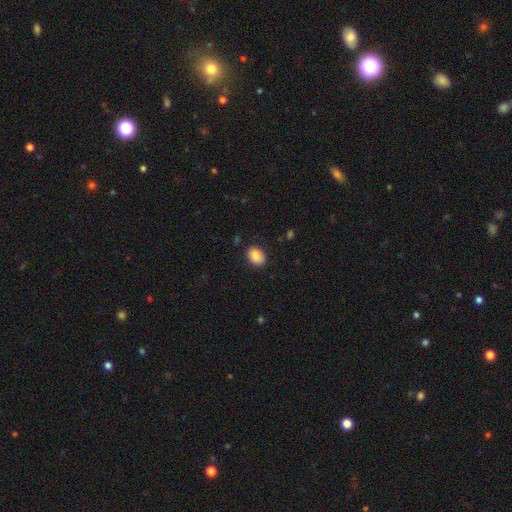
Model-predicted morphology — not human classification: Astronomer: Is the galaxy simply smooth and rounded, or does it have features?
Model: smooth — 86%.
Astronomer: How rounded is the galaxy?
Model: in between — 70%.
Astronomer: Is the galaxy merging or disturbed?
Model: none — 87%.